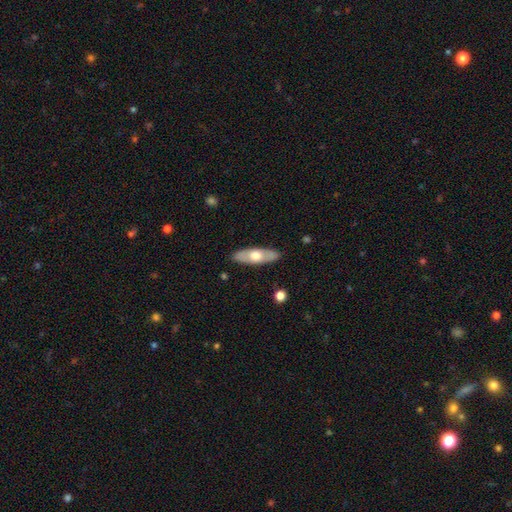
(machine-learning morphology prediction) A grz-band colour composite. It shows a smooth galaxy with no disk features (53%) that is in between round and cigar-shaped (55%). Merging: none (88%).